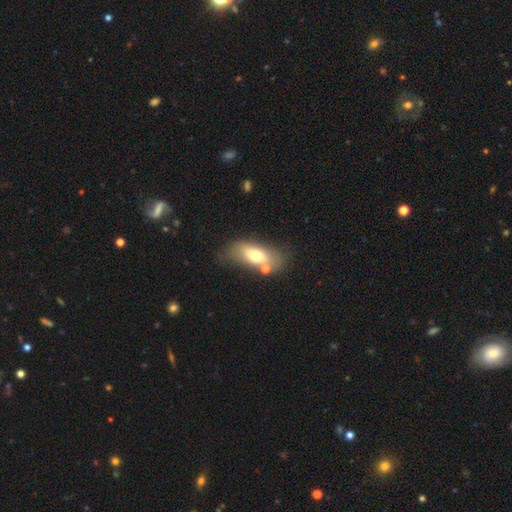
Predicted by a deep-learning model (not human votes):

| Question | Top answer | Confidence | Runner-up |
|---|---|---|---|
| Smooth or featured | smooth | 63% | featured or disk (29%) |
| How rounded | in between | 83% | cigar-shaped (12%) |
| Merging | none | 63% | minor disturbance (18%) |